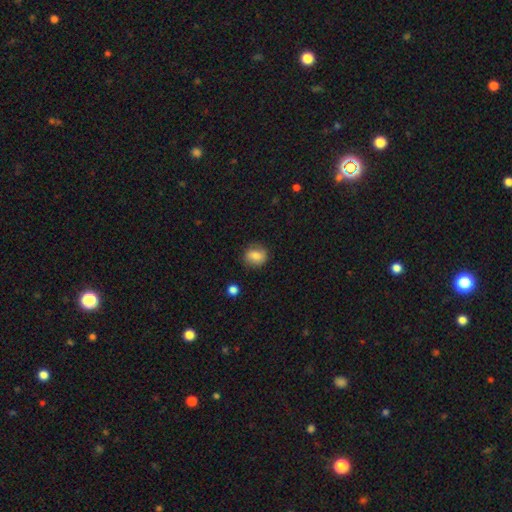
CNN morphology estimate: This is likely a smooth galaxy (77%). How rounded: likely round (68%). Merging: likely none (79%).